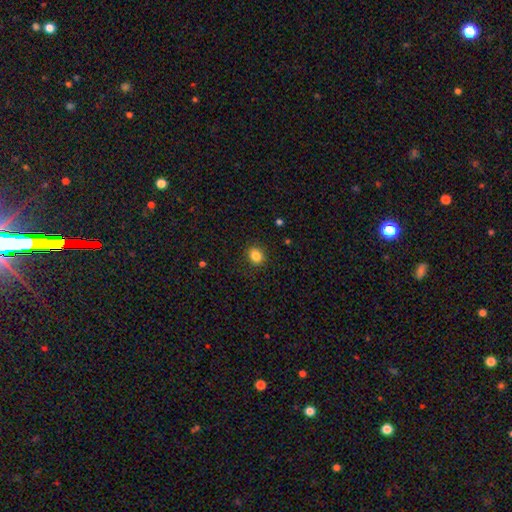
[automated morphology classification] Q: Smooth or featured?
A: smooth (84%); runner-up: star or artifact (11%)
Q: How rounded?
A: round (71%); runner-up: in between (28%)
Q: Merging?
A: none (90%); runner-up: minor disturbance (7%)